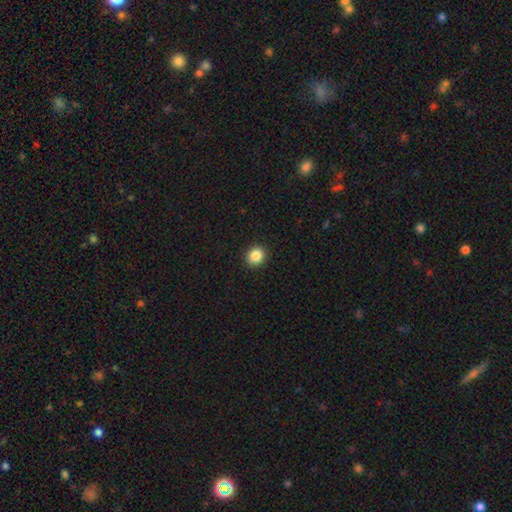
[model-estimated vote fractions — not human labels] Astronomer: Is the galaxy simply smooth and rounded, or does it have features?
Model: smooth — 87%.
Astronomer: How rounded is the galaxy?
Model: round — 81%.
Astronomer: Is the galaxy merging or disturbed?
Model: none — 92%.